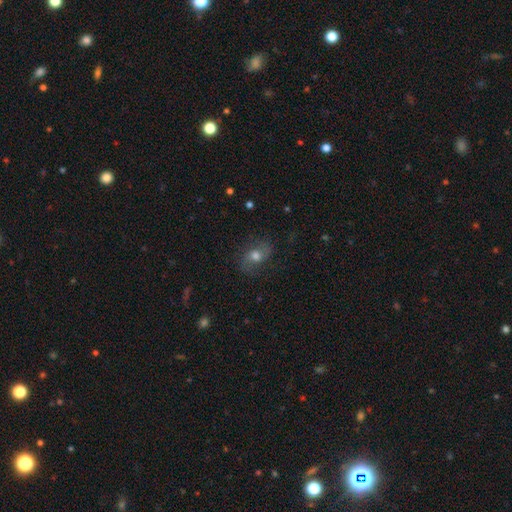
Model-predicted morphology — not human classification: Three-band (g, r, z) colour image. It shows a smooth galaxy with no disk features (44%). Merging: none (74%).